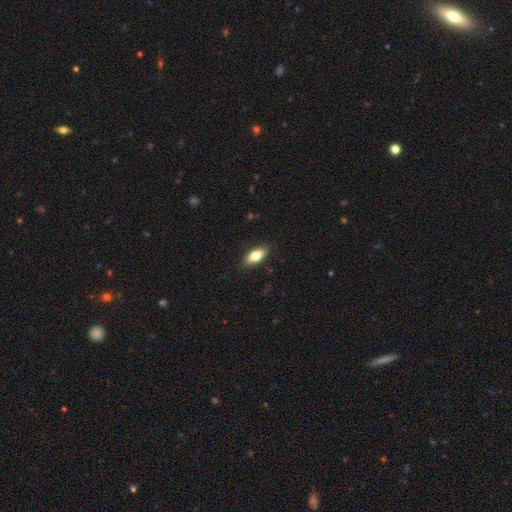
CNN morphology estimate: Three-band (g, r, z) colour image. It shows a smooth galaxy with no disk features (76%) that is in between round and cigar-shaped (84%). Merging: none (87%).